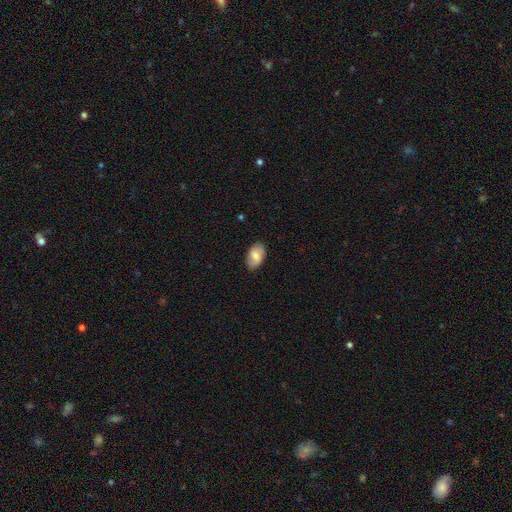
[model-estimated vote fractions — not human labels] smooth-or-featured: smooth: 71% | featured or disk: 22% | star or artifact: 7%
  how-rounded: in between: 92% | round: 6% | cigar-shaped: 2%
  merging: none: 83% | minor disturbance: 13% | major disturbance: 2% | merger: 1%